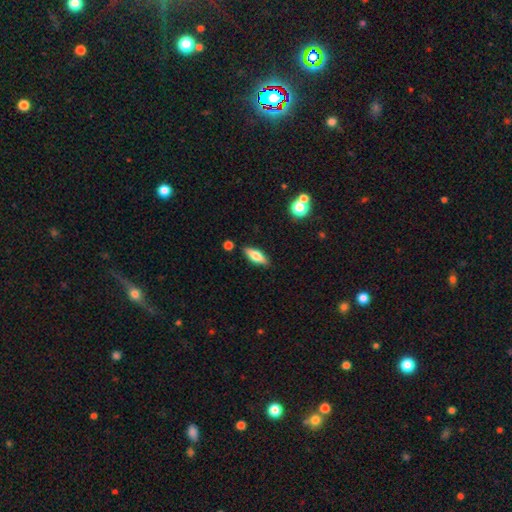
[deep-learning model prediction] smooth 60%, featured or disk 33%, star or artifact 7%. Down the decision tree: how rounded — in between (61%); merging — none (85%).